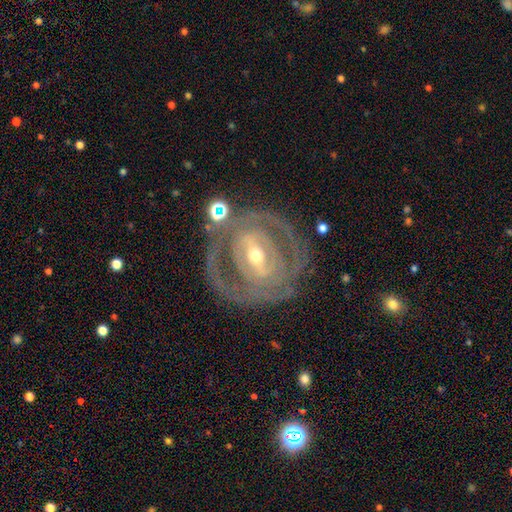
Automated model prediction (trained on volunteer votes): A featured or disk galaxy (84%) with a strong bar (48%), 2 (39%) tight (64%) spiral arms (71%) and a moderate central bulge (50%).

Vote fractions:
- Smooth or featured? featured or disk: 84% / smooth: 11% / star or artifact: 5%
- Edge-on disk? no: 95% / yes: 5%
- Bar? strong: 48% / weak: 35% / no: 17%
- Spiral arms? yes: 71% / no: 29%
- Spiral winding? tight: 64% / medium: 26% / loose: 10%
- Spiral arm count? 2: 39% / can't tell: 36% / 3: 11% / 1: 6% / 4: 5% / more than 4: 4%
- Bulge size? moderate: 50% / small: 45% / large: 3% / none: 1% / dominant: 1%
- Merging? none: 70% / minor disturbance: 15% / major disturbance: 11% / merger: 4%